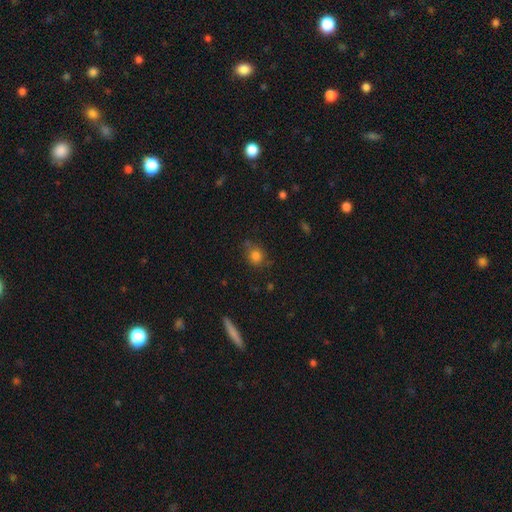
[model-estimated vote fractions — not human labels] A smooth galaxy with no disk features (81%) that is round (75%).

Vote fractions:
- Smooth or featured? smooth: 81% / star or artifact: 13% / featured or disk: 7%
- How rounded? round: 75% / in between: 24% / cigar-shaped: 1%
- Merging? none: 68% / minor disturbance: 21% / major disturbance: 6% / merger: 5%